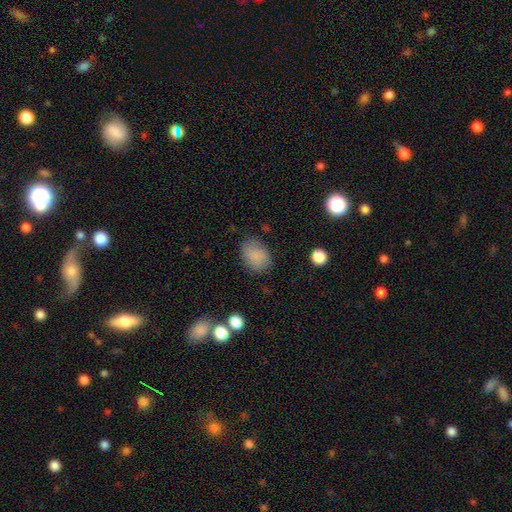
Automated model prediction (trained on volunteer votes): A smooth galaxy with no disk features (84%) that is in between round and cigar-shaped (71%).

Vote fractions:
- Smooth or featured? smooth: 84% / star or artifact: 9% / featured or disk: 7%
- How rounded? in between: 71% / round: 28% / cigar-shaped: 1%
- Merging? none: 76% / minor disturbance: 17% / major disturbance: 5% / merger: 2%